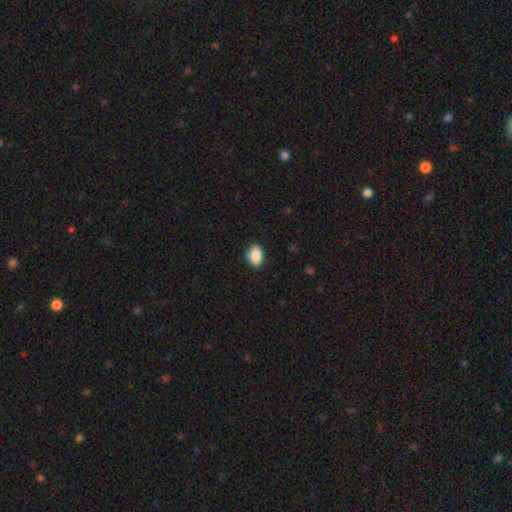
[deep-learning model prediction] Overall: smooth (87%). How rounded: in between (81%). Merging: none (82%).